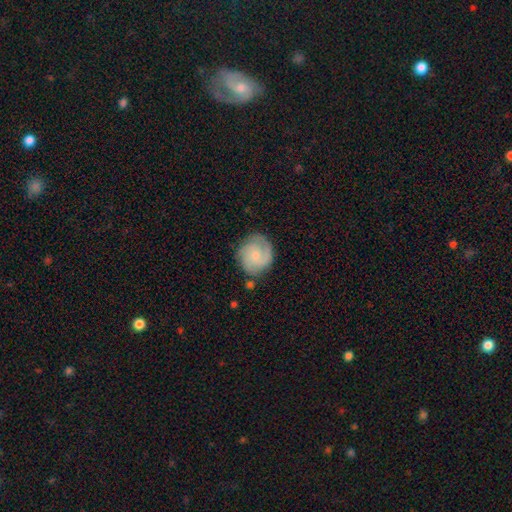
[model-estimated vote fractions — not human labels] Smooth or featured? Predicted: featured or disk (p=0.61). Edge-on disk? Predicted: no (p=0.98). Bar? Predicted: no (p=0.71). Spiral arms? Predicted: yes (p=0.92). Spiral winding? Predicted: tight (p=0.49). Spiral arm count? Predicted: 2 (p=0.40). Bulge size? Predicted: small (p=0.59). Merging? Predicted: none (p=0.73).